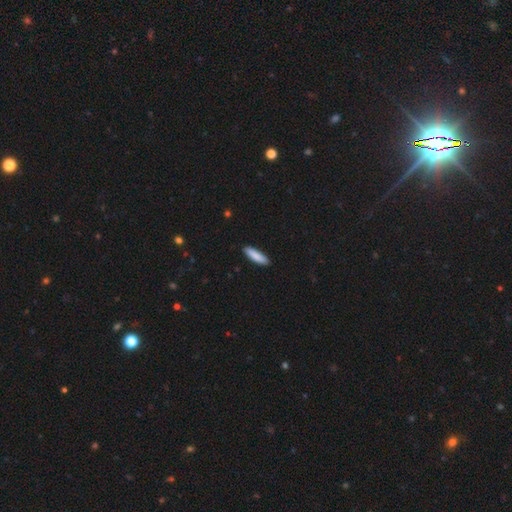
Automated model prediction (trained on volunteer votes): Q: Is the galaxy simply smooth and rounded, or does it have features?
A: smooth — 87%.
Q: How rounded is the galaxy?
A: cigar-shaped — 71%.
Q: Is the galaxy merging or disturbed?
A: none — 89%.